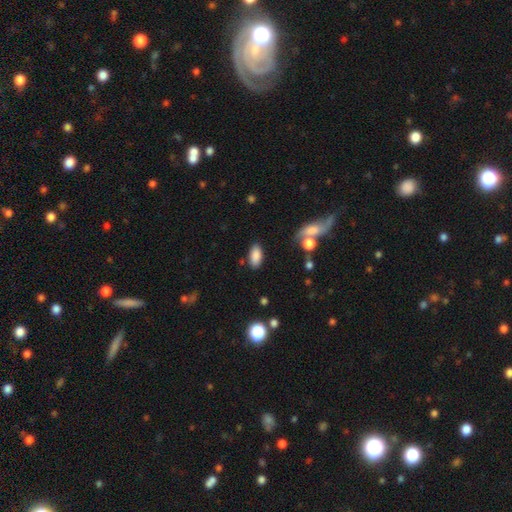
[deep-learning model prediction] Smooth or featured? Predicted: smooth (p=0.87). How rounded? Predicted: in between (p=0.90). Merging? Predicted: none (p=0.84).